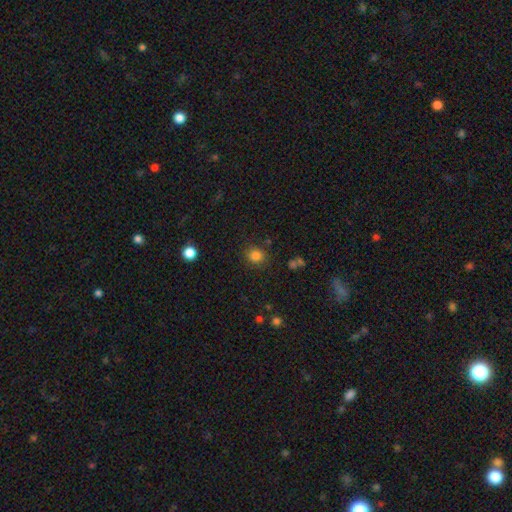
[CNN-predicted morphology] smooth_or_featured: smooth (p=0.82) [alt: star or artifact p=0.13]
how_rounded: round (p=0.85) [alt: in between p=0.14]
merging: none (p=0.85) [alt: minor disturbance p=0.09]